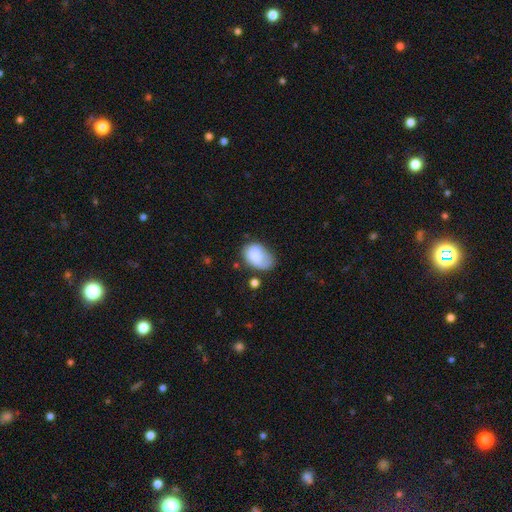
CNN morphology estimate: type=smooth (79%); roundness=in between (85%); merging=none (46%).